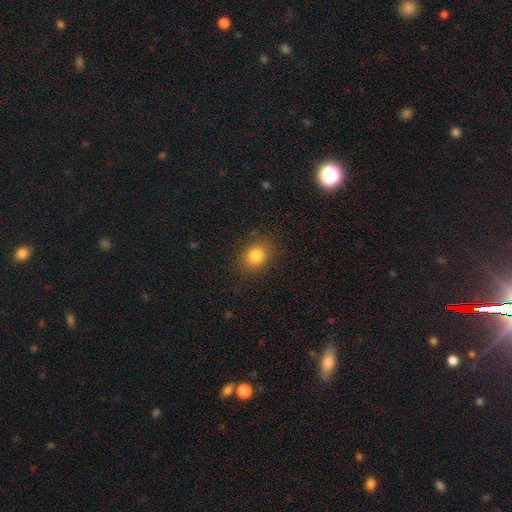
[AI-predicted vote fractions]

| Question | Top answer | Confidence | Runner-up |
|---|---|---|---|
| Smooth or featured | smooth | 83% | star or artifact (11%) |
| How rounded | round | 61% | in between (38%) |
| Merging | none | 86% | minor disturbance (10%) |